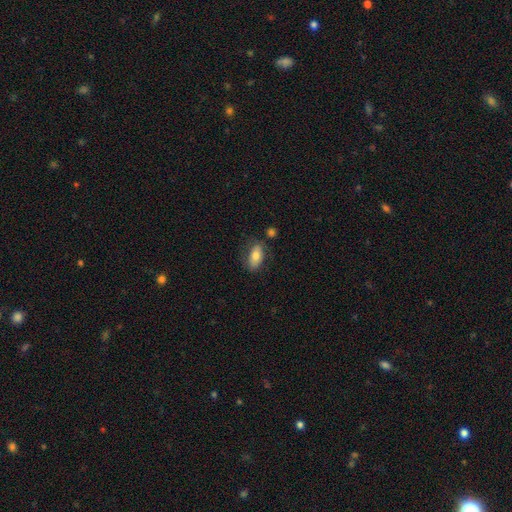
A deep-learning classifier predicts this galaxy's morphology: The model was most divided on "merging": none: 72%, minor disturbance: 17%, major disturbance: 5%, merger: 5%. More confident: how rounded — in between (86%); smooth or featured — smooth (74%).